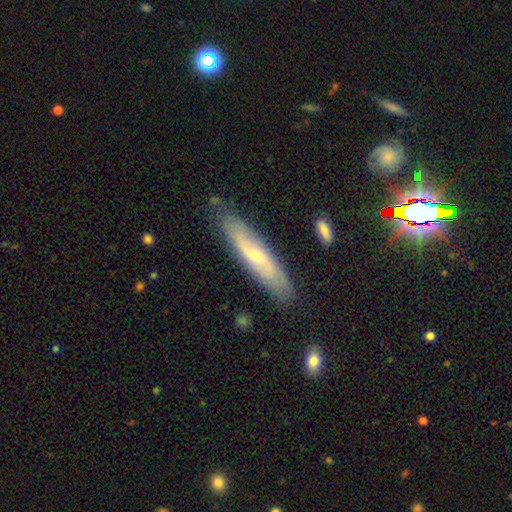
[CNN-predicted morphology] smooth_or_featured: featured or disk (p=0.51) [alt: smooth p=0.43]
disk_edge_on: no (p=0.51) [alt: yes p=0.49]
merging: none (p=0.81) [alt: minor disturbance p=0.14]